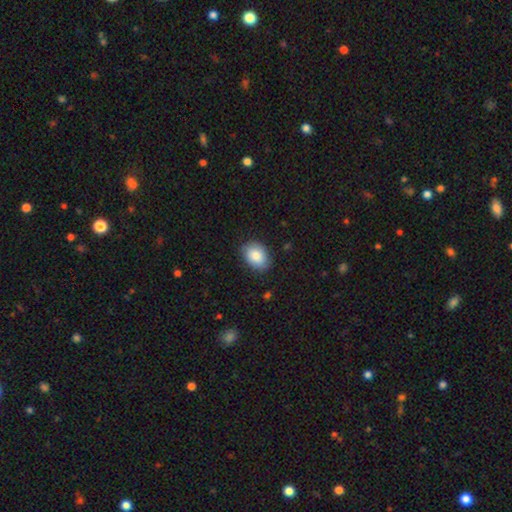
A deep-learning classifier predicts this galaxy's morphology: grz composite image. It shows a smooth galaxy with no disk features (85%) that is in between round and cigar-shaped (78%). Merging: none (83%).